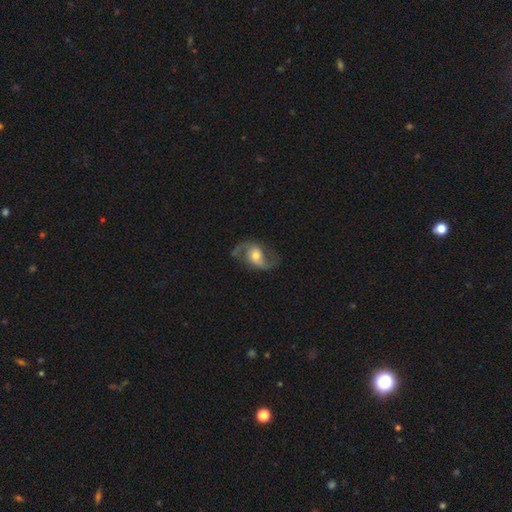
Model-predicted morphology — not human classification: featured or disk 82%, smooth 12%, star or artifact 6%. Down the decision tree: edge-on disk — no (97%); bar — no (55%); spiral arms — yes (94%); spiral arm count — 2 (92%); spiral winding — loose (62%); bulge size — moderate (63%); merging — none (73%).